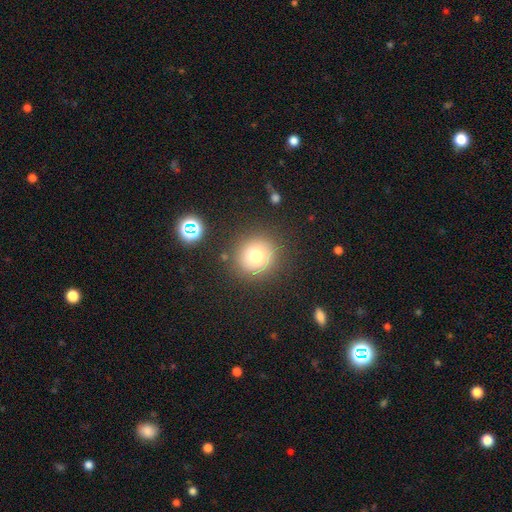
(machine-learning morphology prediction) smooth 74%, star or artifact 14%, featured or disk 13%. Down the decision tree: how rounded — round (89%); merging — none (85%).